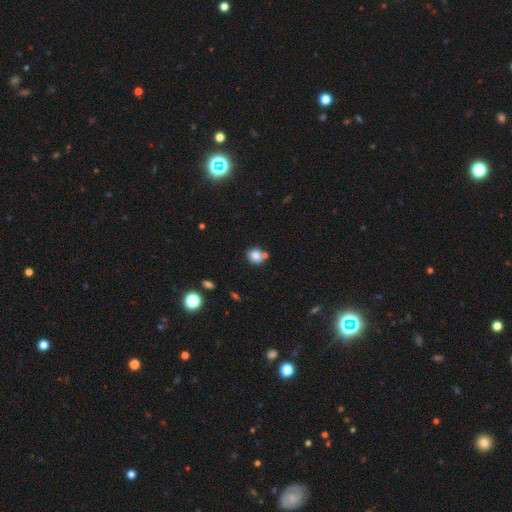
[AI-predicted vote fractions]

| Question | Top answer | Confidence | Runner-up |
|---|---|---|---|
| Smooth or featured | smooth | 80% | star or artifact (11%) |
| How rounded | round | 83% | in between (16%) |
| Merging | none | 62% | merger (23%) |